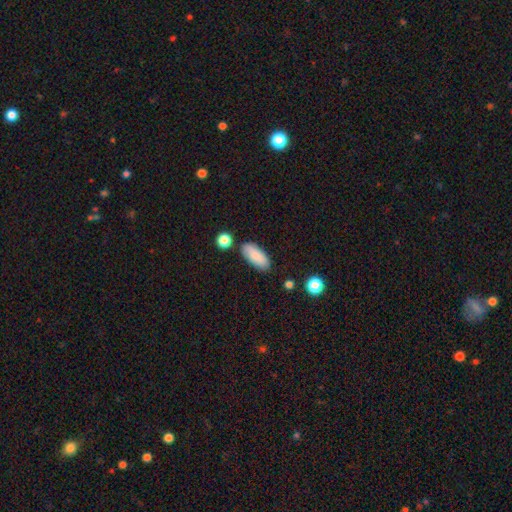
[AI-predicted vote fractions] Smooth or featured? smooth (85%)
How rounded? in between (86%)
Merging? none (81%)